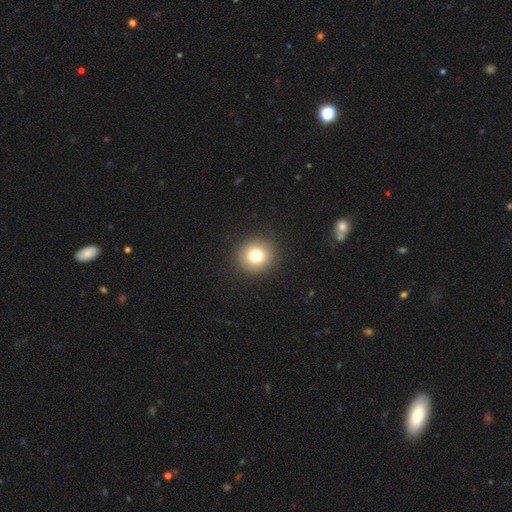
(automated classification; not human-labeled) The model was most divided on "smooth or featured": smooth: 78%, star or artifact: 12%, featured or disk: 9%. More confident: merging — none (92%); how rounded — round (90%).